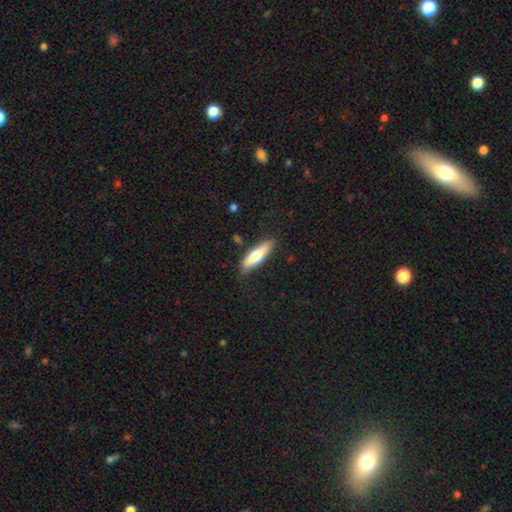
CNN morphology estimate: smooth_or_featured: smooth (p=0.67) [alt: featured or disk p=0.27]
how_rounded: cigar-shaped (p=0.64) [alt: in between p=0.35]
merging: none (p=0.82) [alt: minor disturbance p=0.14]